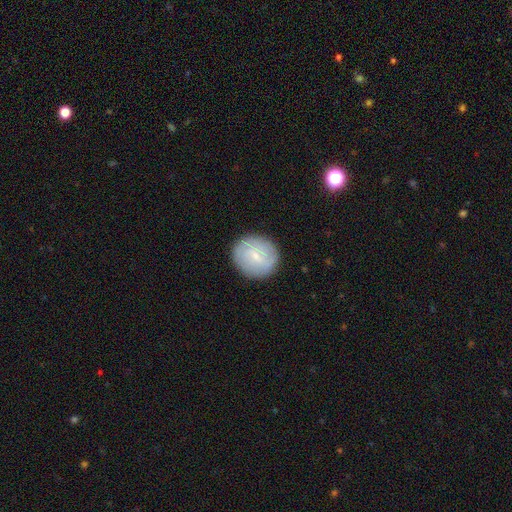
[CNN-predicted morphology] Smooth or featured?
  - smooth: 48% *
  - featured or disk: 45%
  - star or artifact: 7%
Merging?
  - none: 87% *
  - minor disturbance: 9%
  - major disturbance: 3%
  - merger: 1%